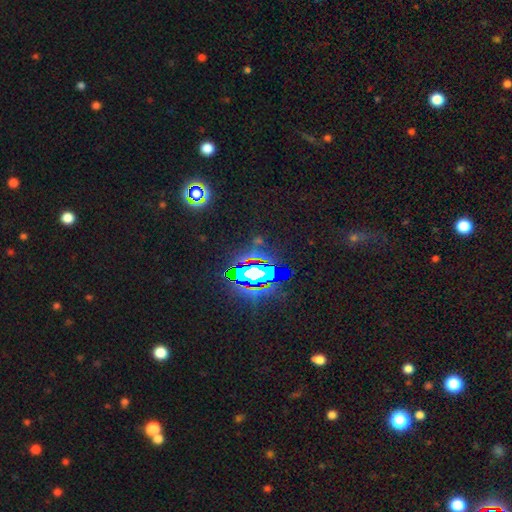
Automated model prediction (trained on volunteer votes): smooth-or-featured: star or artifact: 72% | smooth: 17% | featured or disk: 11%